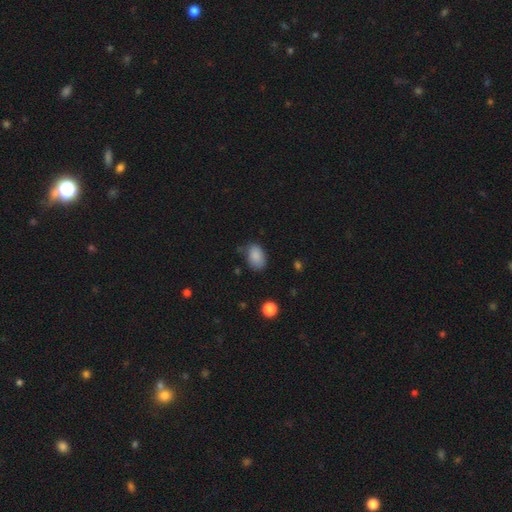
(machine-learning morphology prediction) This appears to be a smooth galaxy with no disk features (86%) that is in between round and cigar-shaped (85%). Merging: none (63%).